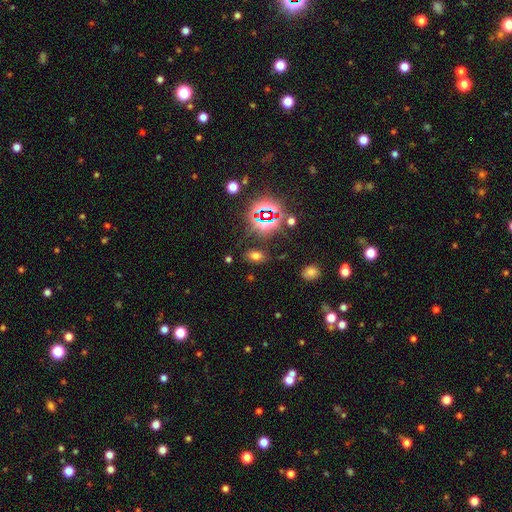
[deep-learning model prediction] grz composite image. It shows a smooth galaxy with no disk features (55%) that is in between round and cigar-shaped (86%). Merging: none (79%).